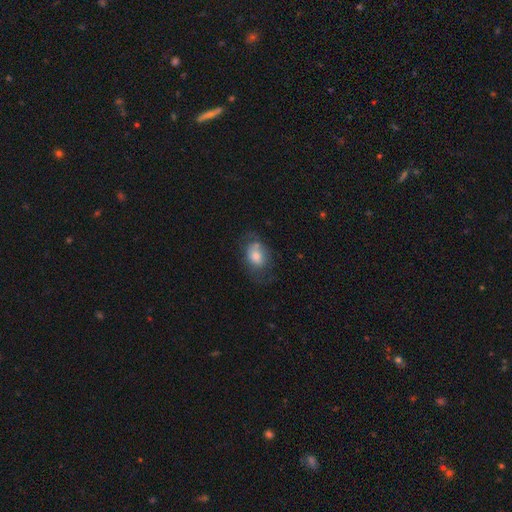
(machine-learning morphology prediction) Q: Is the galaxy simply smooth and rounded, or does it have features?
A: smooth — 66%.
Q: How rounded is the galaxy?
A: in between — 77%.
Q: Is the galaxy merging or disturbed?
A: none — 51%.